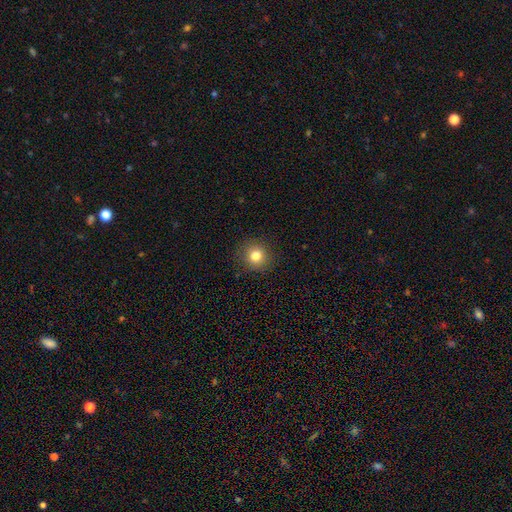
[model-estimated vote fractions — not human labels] This is clearly a smooth galaxy (81%). How rounded: clearly round (92%). Merging: clearly none (90%).